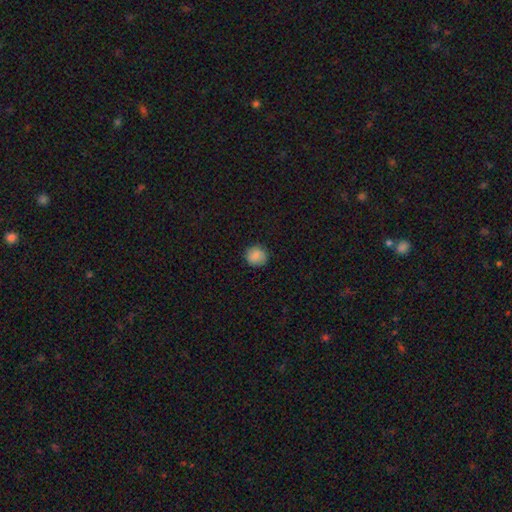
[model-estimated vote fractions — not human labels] A smooth galaxy with no disk features (84%) that is round (89%).

Vote fractions:
- Smooth or featured? smooth: 84% / star or artifact: 8% / featured or disk: 7%
- How rounded? round: 89% / in between: 10% / cigar-shaped: 1%
- Merging? none: 88% / minor disturbance: 9% / major disturbance: 2% / merger: 1%